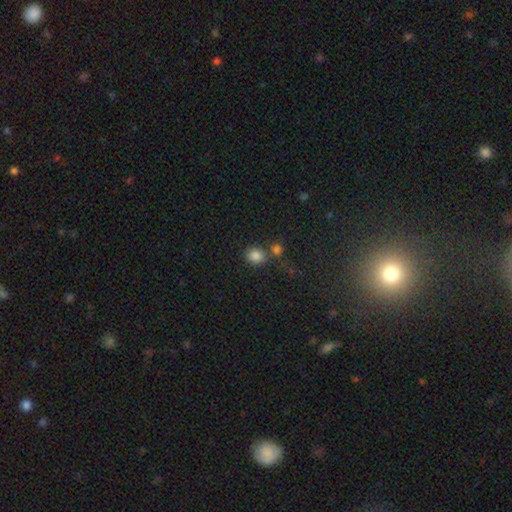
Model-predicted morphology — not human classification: Smooth or featured? smooth (83%)
How rounded? round (72%)
Merging? none (63%)